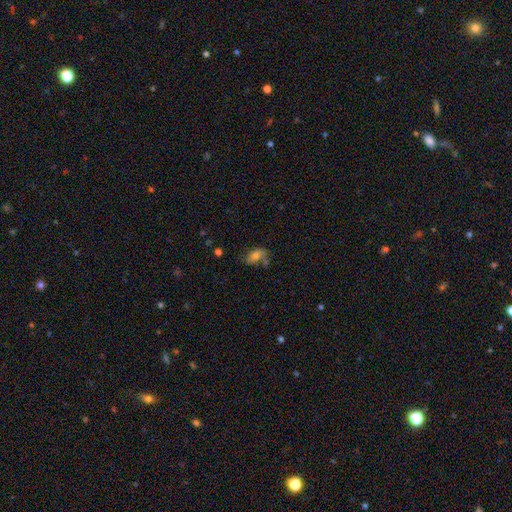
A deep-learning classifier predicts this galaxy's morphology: This appears to be a smooth galaxy with no disk features (59%) that is in between round and cigar-shaped (88%). Merging: none (46%).